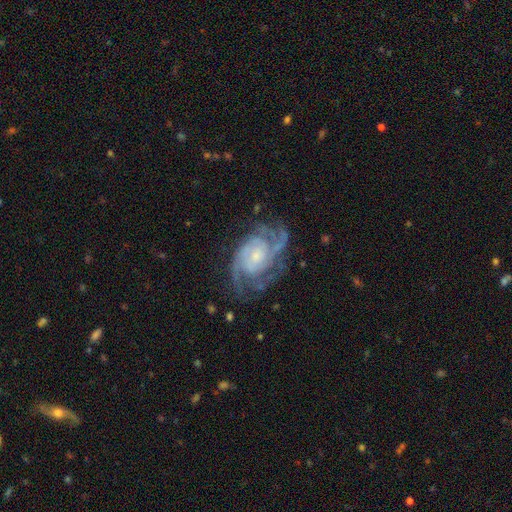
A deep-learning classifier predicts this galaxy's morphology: This is clearly a featured or disk galaxy (91%). It is clearly not viewed edge-on (98%). Bar: likely no (64%). Spiral arm pattern: clearly yes (98%). Spiral arm count: marginally 3 (30%). Spiral winding: possibly tight (55%). Central bulge: possibly small (59%). Merging: likely none (71%).